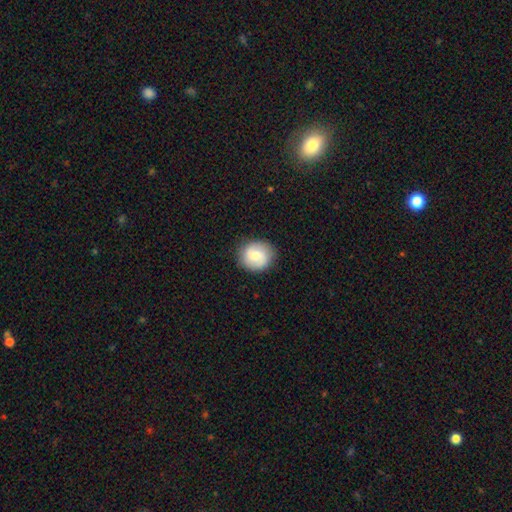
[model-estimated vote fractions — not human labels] smooth-or-featured: smooth: 53% | featured or disk: 40% | star or artifact: 7%
  how-rounded: round: 85% | in between: 14% | cigar-shaped: 1%
  merging: none: 87% | minor disturbance: 9% | major disturbance: 2% | merger: 1%